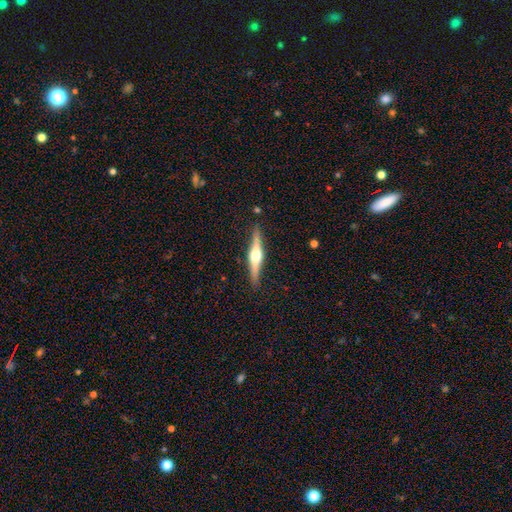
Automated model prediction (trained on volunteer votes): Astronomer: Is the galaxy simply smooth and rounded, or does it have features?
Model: featured or disk — 75%.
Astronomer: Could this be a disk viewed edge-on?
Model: yes — 98%.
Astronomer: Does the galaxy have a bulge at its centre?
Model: rounded — 95%.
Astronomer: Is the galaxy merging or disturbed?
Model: none — 90%.